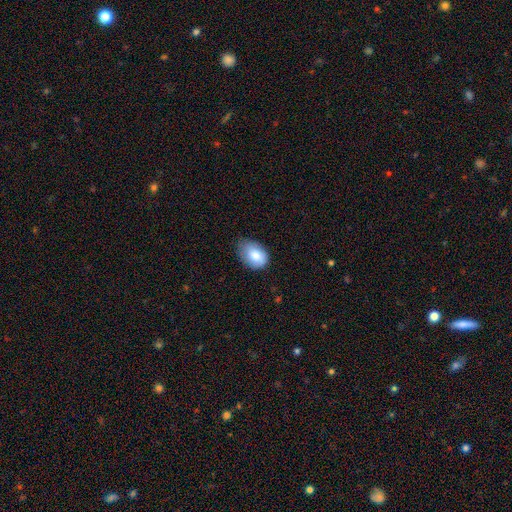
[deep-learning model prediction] smooth 83%, featured or disk 10%, star or artifact 7%. Down the decision tree: how rounded — in between (83%); merging — none (54%).